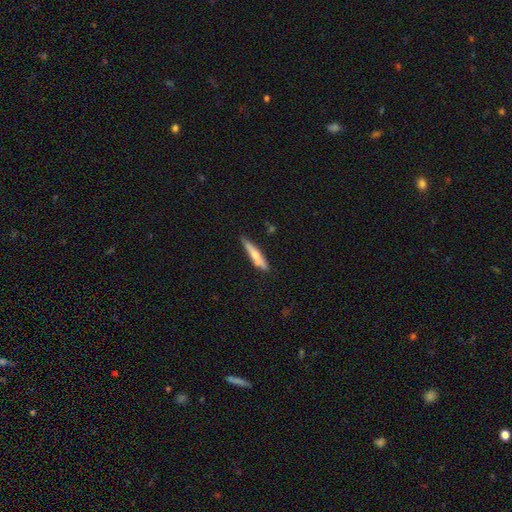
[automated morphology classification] smooth_or_featured: smooth (p=0.56) [alt: featured or disk p=0.39]
how_rounded: cigar-shaped (p=0.87) [alt: in between p=0.11]
merging: none (p=0.73) [alt: minor disturbance p=0.17]